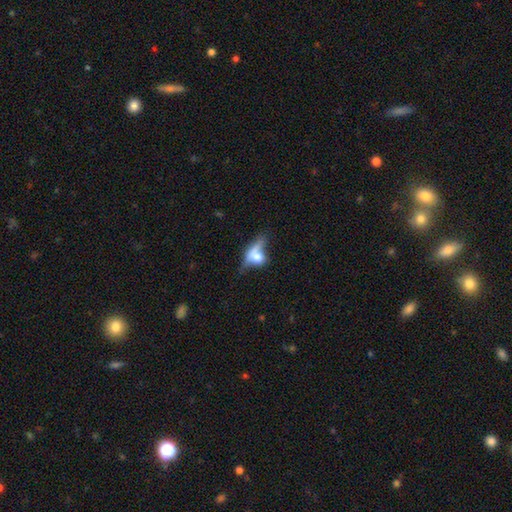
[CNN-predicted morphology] Smooth or featured: smooth — 52% (featured or disk — 37%)
How rounded: in between — 51% (round — 28%)
Merging: none — 36% (merger — 29%)